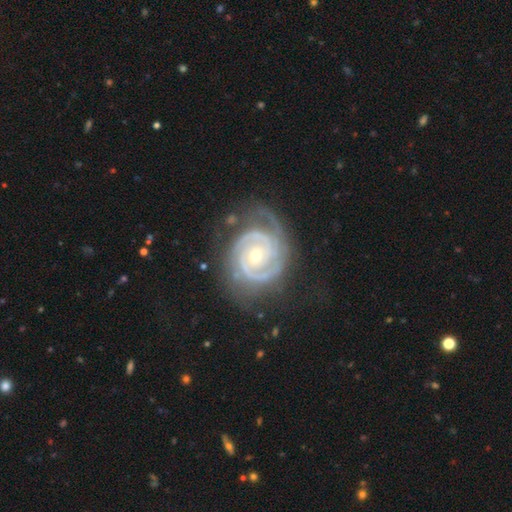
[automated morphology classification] featured or disk 92%, star or artifact 4%, smooth 4%. Down the decision tree: edge-on disk — no (98%); bar — no (71%); spiral arms — yes (98%); spiral arm count — 2 (51%); spiral winding — tight (76%); bulge size — small (57%); merging — none (65%).